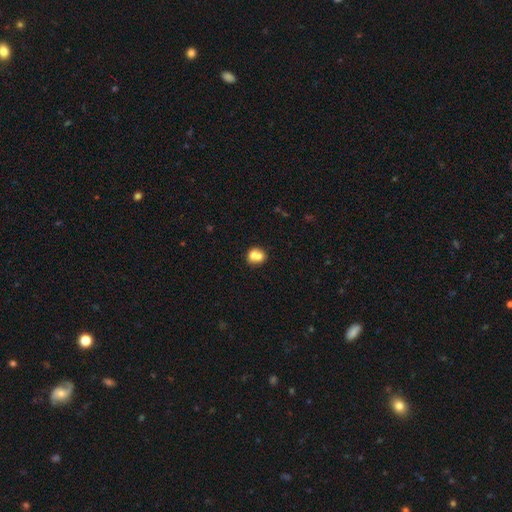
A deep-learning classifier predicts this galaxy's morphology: smooth 70%, featured or disk 21%, star or artifact 9%. Down the decision tree: how rounded — round (66%); merging — merger (59%).